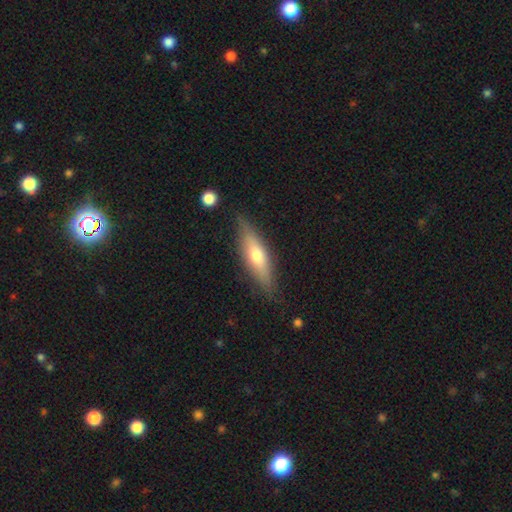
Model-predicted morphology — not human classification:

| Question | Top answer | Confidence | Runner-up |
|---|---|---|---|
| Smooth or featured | smooth | 50% | featured or disk (44%) |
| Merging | none | 82% | minor disturbance (13%) |